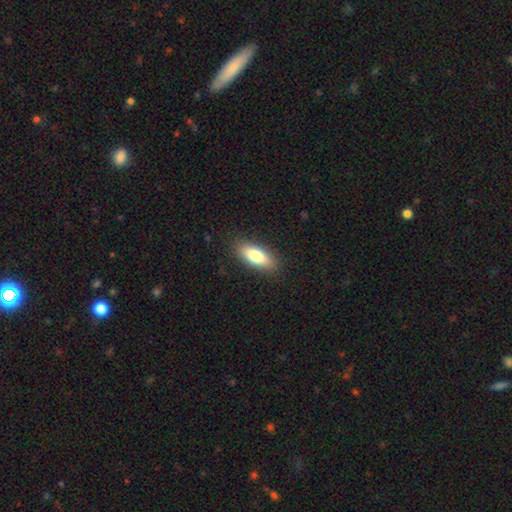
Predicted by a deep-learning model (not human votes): smooth 79%, featured or disk 15%, star or artifact 6%. Down the decision tree: how rounded — in between (74%); merging — none (88%).